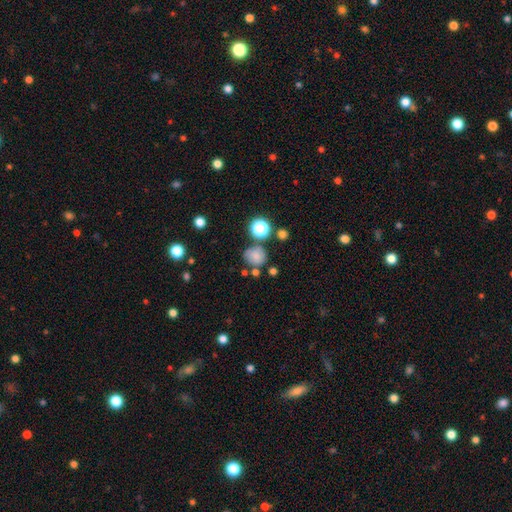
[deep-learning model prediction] This appears to be a smooth galaxy with no disk features (76%) that is round (75%). Merging: none (66%).